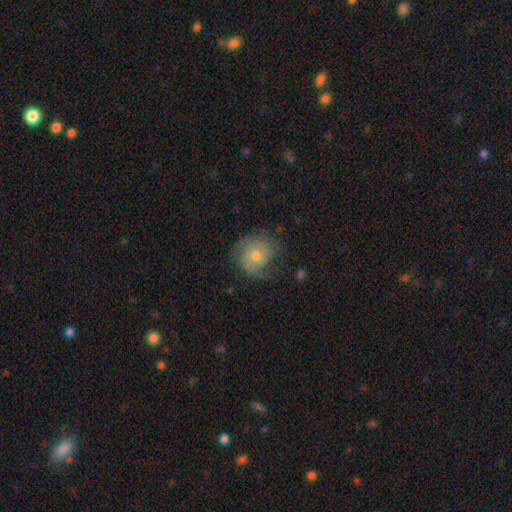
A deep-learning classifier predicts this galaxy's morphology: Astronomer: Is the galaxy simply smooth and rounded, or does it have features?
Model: featured or disk — 62%.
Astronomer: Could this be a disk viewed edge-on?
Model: no — 97%.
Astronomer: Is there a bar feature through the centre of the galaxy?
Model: no — 77%.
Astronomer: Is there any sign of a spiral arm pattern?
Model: yes — 87%.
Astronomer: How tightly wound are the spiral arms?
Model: tight — 47% (runner-up: medium, 35%).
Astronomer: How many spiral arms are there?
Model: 2 — 44% (runner-up: 1, 23%).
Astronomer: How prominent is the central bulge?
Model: moderate — 63%.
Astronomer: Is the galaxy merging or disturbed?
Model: none — 64%.